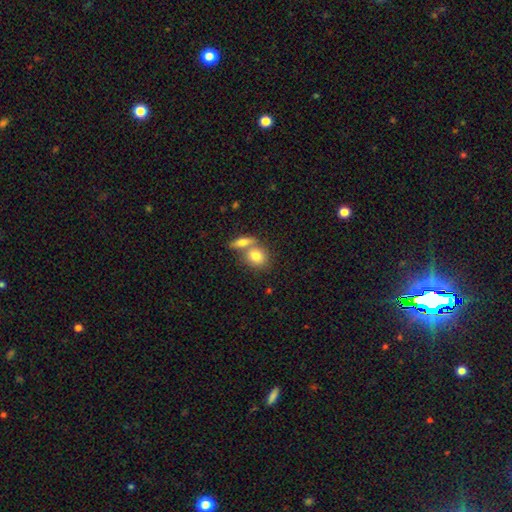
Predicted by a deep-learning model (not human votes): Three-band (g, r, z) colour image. It shows a smooth galaxy with no disk features (78%) that is round (55%). Merging: merger (45%).